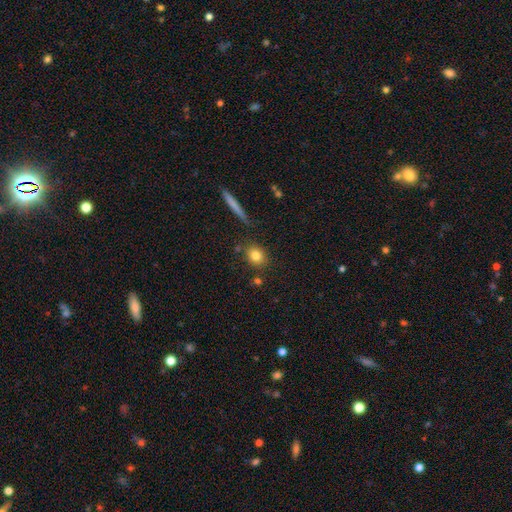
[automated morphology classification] Q: Smooth or featured?
A: smooth (81%); runner-up: star or artifact (10%)
Q: How rounded?
A: round (71%); runner-up: in between (26%)
Q: Merging?
A: none (82%); runner-up: minor disturbance (10%)